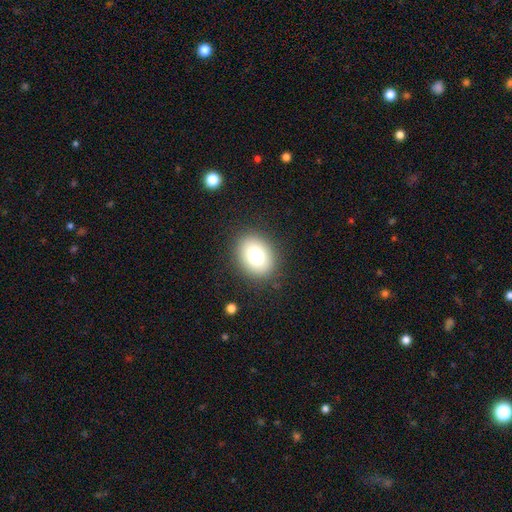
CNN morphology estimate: smooth_or_featured: smooth (p=0.79) [alt: featured or disk p=0.11]
how_rounded: in between (p=0.61) [alt: round p=0.39]
merging: none (p=0.87) [alt: minor disturbance p=0.09]